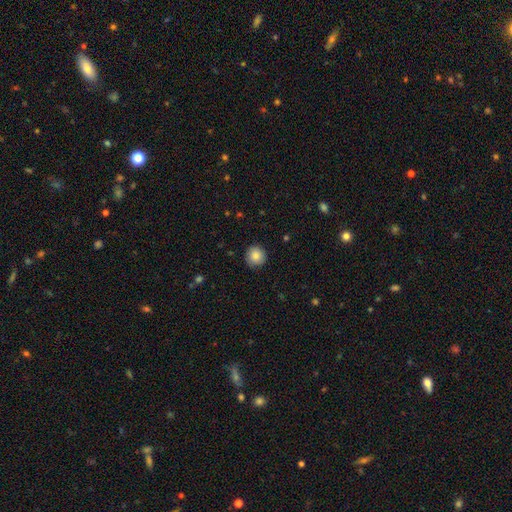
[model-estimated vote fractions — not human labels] Smooth or featured: smooth — 84% (star or artifact — 8%)
How rounded: round — 94% (in between — 5%)
Merging: none — 87% (minor disturbance — 10%)